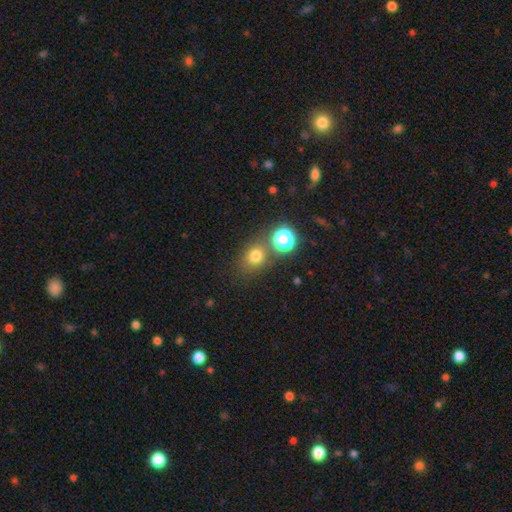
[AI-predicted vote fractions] smooth_or_featured: smooth (p=0.73) [alt: star or artifact p=0.19]
how_rounded: round (p=0.72) [alt: in between p=0.27]
merging: none (p=0.71) [alt: merger p=0.13]